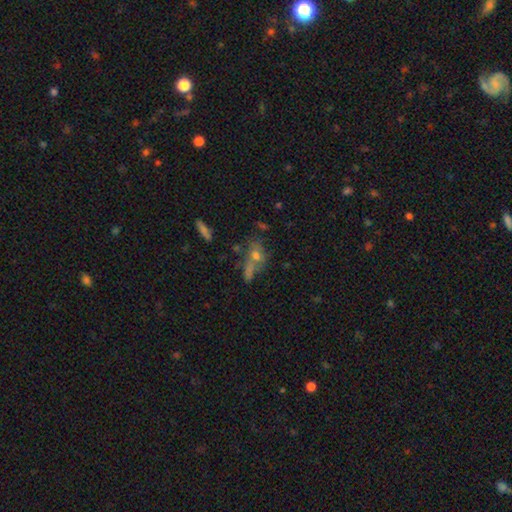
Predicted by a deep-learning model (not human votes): This is marginally a smooth galaxy (45%). Merging: marginally none (43%).